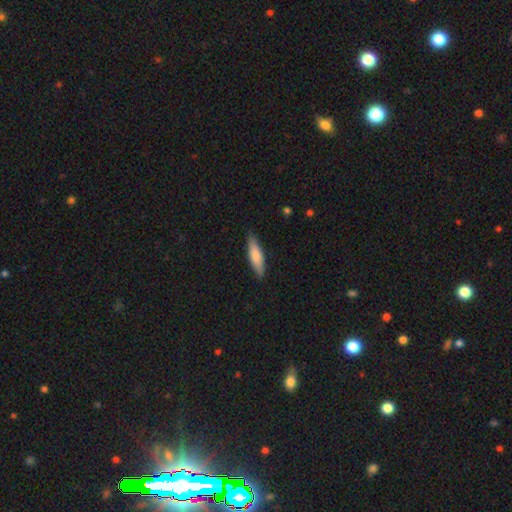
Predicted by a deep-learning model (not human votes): Overall: smooth (77%). How rounded: cigar-shaped (66%; in between 33%). Merging: none (87%).